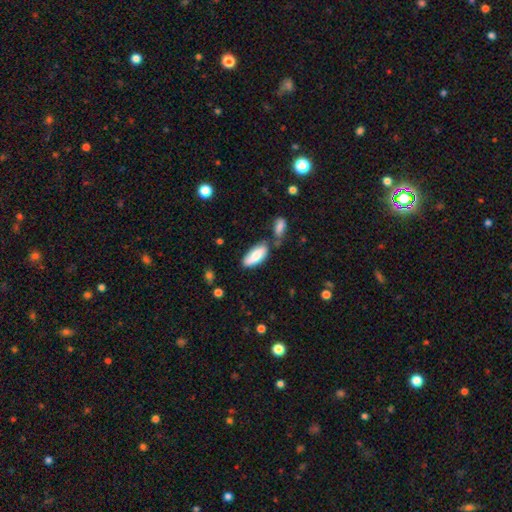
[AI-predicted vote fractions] smooth 77%, featured or disk 17%, star or artifact 6%. Down the decision tree: how rounded — in between (80%); merging — none (56%).